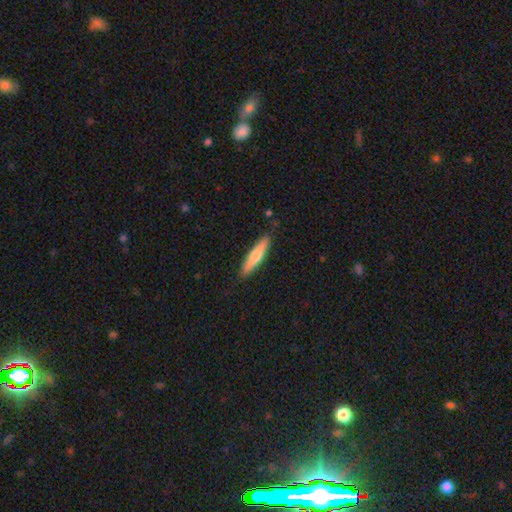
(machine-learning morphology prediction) type=smooth (58%); roundness=cigar-shaped (87%); merging=none (87%).